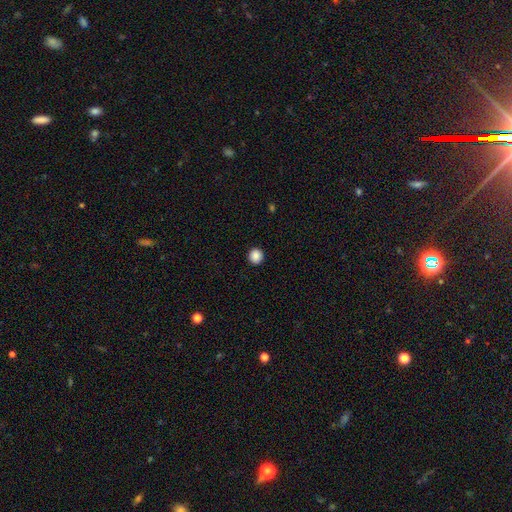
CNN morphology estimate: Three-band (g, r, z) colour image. It shows a smooth galaxy with no disk features (88%) that is round (94%). Merging: none (93%).